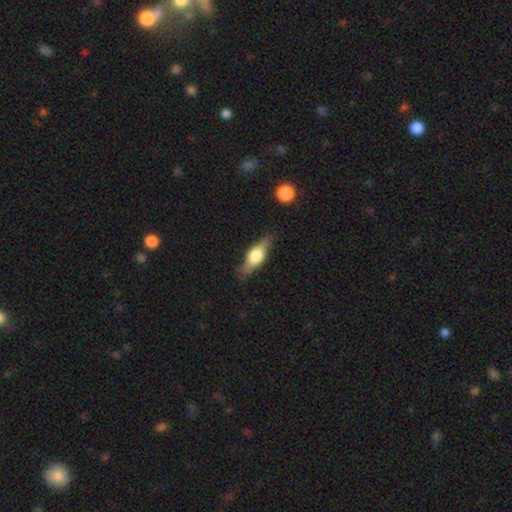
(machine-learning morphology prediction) Q: Smooth or featured?
A: featured or disk (52%); runner-up: smooth (42%)
Q: Edge-on disk?
A: yes (91%); runner-up: no (9%)
Q: Merging?
A: none (81%); runner-up: minor disturbance (14%)